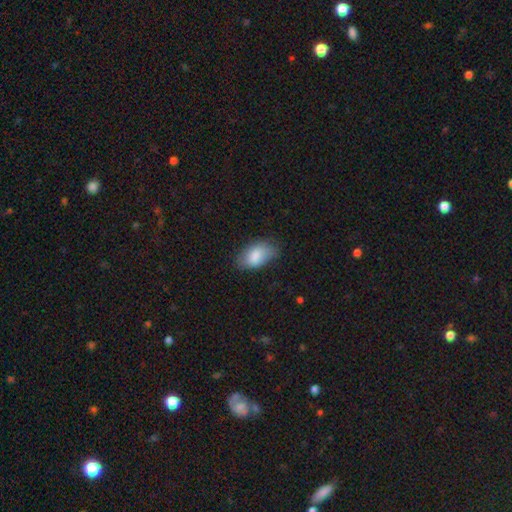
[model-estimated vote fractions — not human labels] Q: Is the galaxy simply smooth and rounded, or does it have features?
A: smooth — 84%.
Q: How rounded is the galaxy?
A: in between — 93%.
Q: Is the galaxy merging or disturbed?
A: none — 68%.